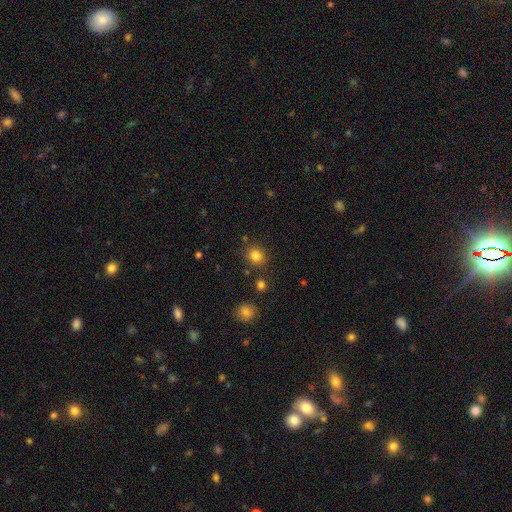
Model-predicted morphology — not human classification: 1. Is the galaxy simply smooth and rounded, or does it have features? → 82% smooth, 12% star or artifact, 5% featured or disk.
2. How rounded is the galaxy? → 83% round, 16% in between, 1% cigar-shaped.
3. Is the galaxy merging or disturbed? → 83% none, 9% minor disturbance, 5% merger, 3% major disturbance.